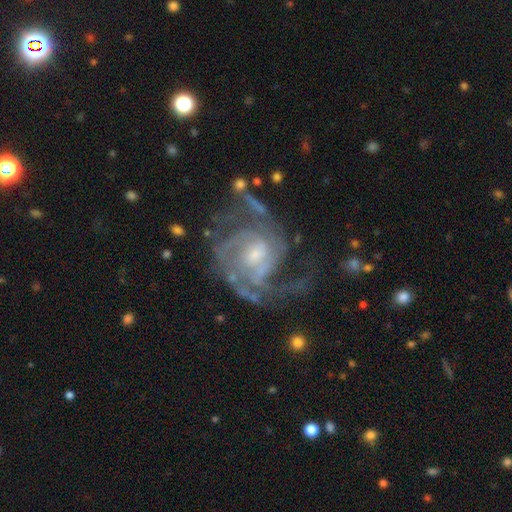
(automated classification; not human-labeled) Overall: featured or disk (88%). Edge-on disk: no (98%). Bar: no (50%; weak 41%). Spiral arms: yes (95%). Spiral arm count: 2 (33%; can't tell 23%). Spiral winding: medium (43%; tight 41%). Bulge size: small (56%; moderate 34%). Merging: none (52%; major disturbance 25%).